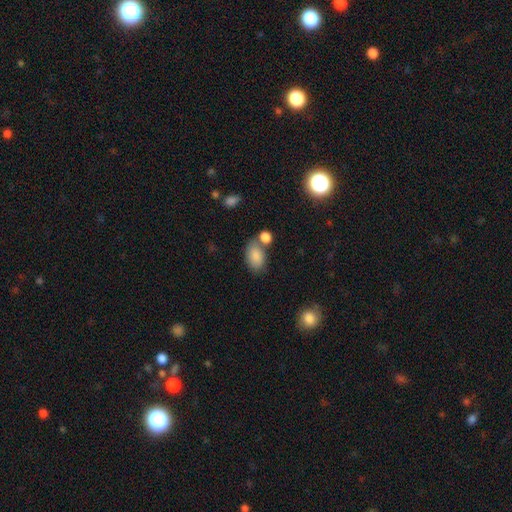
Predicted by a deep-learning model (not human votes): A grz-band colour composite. It shows a smooth galaxy with no disk features (85%) that is in between round and cigar-shaped (88%). Merging: none (54%).